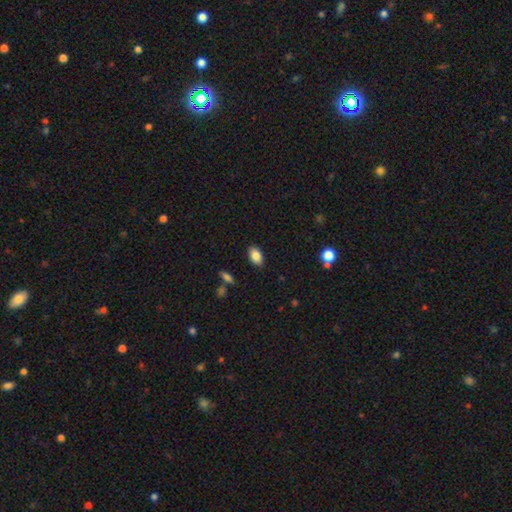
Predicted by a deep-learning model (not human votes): A smooth galaxy with no disk features (85%) that is in between round and cigar-shaped (90%).

Vote fractions:
- Smooth or featured? smooth: 85% / star or artifact: 8% / featured or disk: 7%
- How rounded? in between: 90% / round: 8% / cigar-shaped: 2%
- Merging? none: 87% / minor disturbance: 9% / major disturbance: 2% / merger: 1%